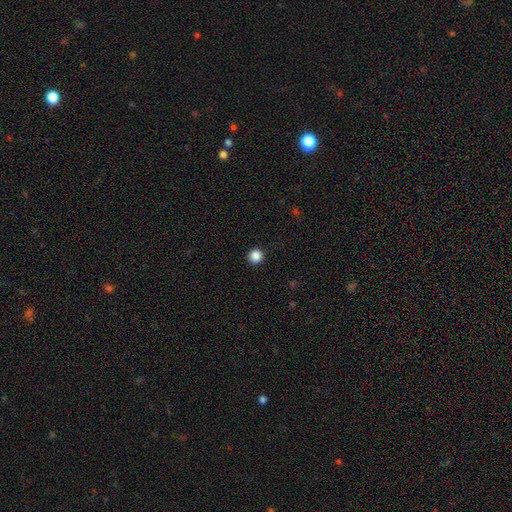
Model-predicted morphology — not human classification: A smooth galaxy with no disk features (87%) that is round (96%). Merging: none (92%).